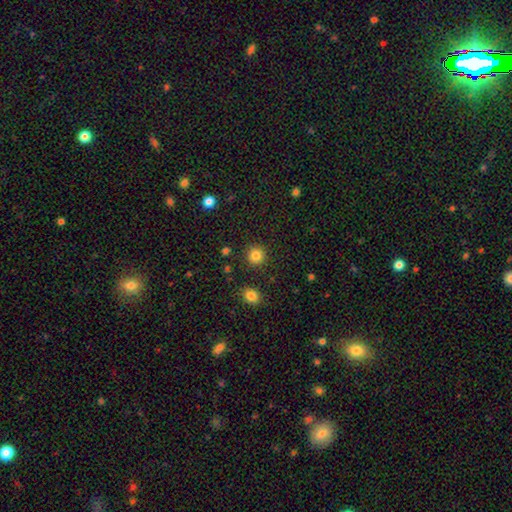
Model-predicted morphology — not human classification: Smooth or featured? smooth (85%)
How rounded? round (93%)
Merging? none (91%)